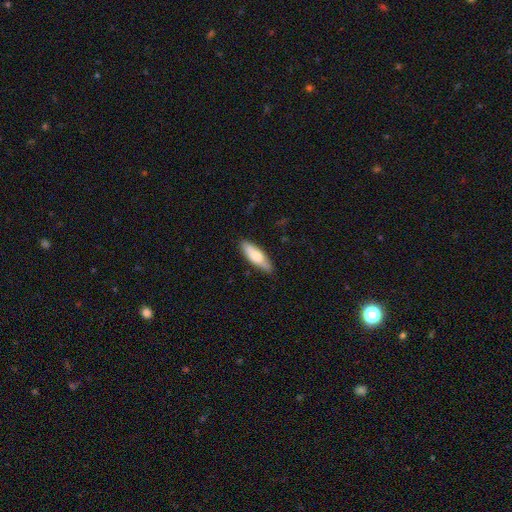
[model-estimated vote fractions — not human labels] Smooth or featured? Predicted: smooth (p=0.71). How rounded? Predicted: in between (p=0.50). Merging? Predicted: none (p=0.85).